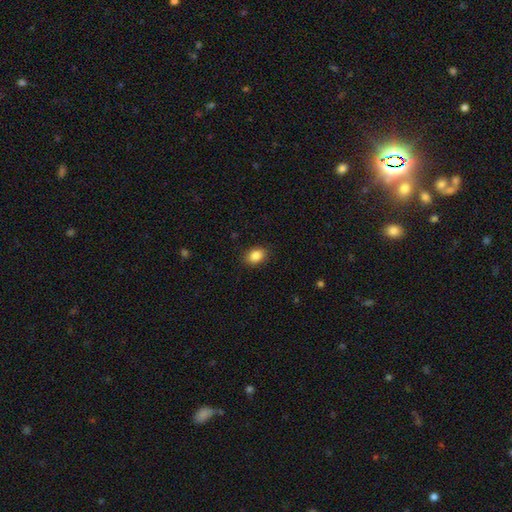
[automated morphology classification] A smooth galaxy with no disk features (87%) that is in between round and cigar-shaped (74%). Merging: none (87%).